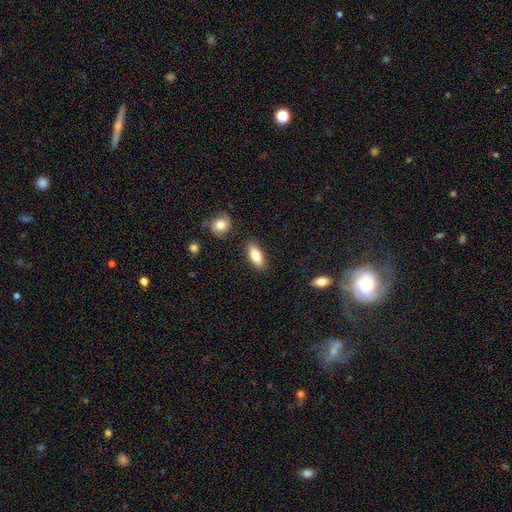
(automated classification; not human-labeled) Overall: smooth (78%). How rounded: in between (77%). Merging: none (85%).